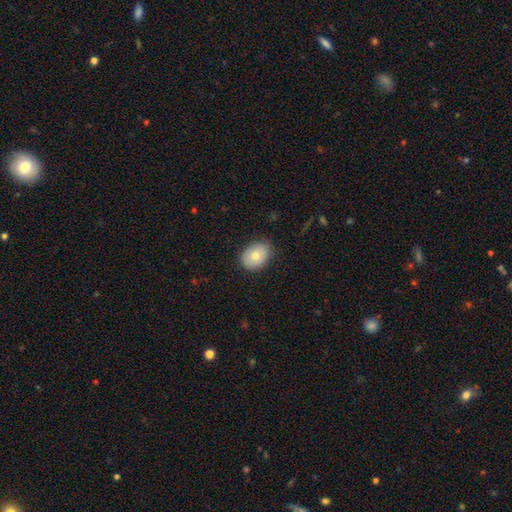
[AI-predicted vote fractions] Smooth or featured?
  - smooth: 76% *
  - featured or disk: 16%
  - star or artifact: 8%
How rounded?
  - in between: 67% *
  - round: 33%
  - cigar-shaped: 1%
Merging?
  - none: 83% *
  - minor disturbance: 13%
  - major disturbance: 3%
  - merger: 1%